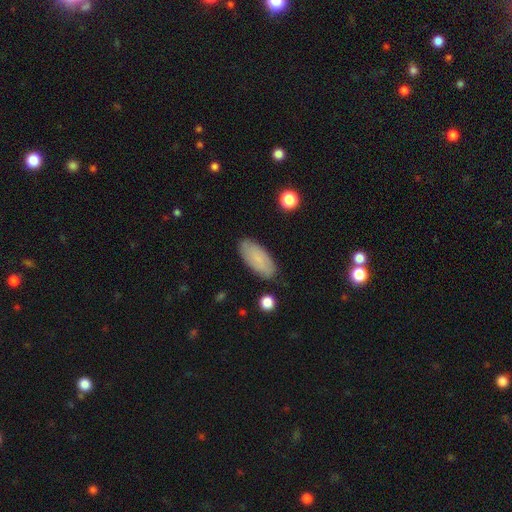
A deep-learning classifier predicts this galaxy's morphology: Overall: smooth (79%). How rounded: in between (86%). Merging: none (85%).